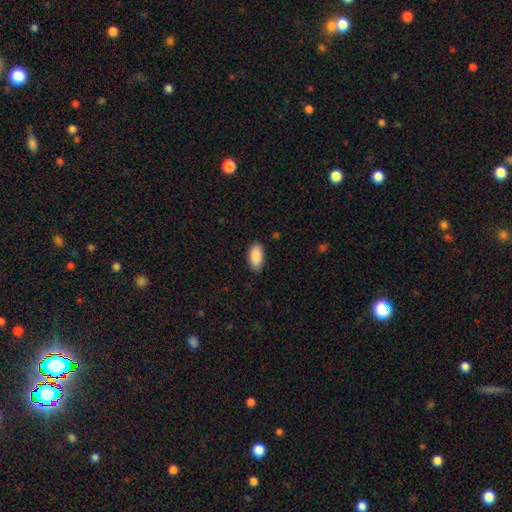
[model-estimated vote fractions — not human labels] This is clearly a smooth galaxy (89%). How rounded: clearly in between (93%). Merging: clearly none (85%).